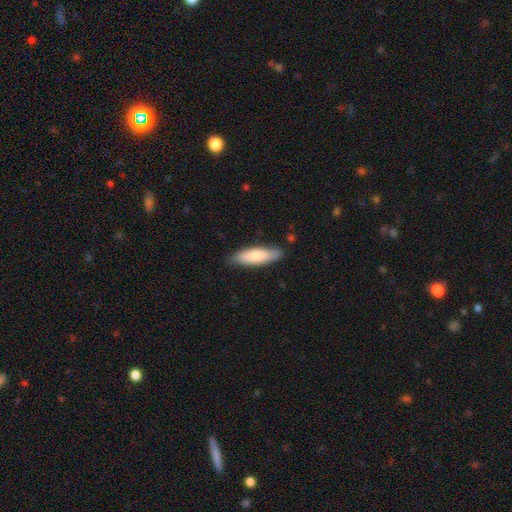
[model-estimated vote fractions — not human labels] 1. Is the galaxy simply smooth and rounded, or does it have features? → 79% smooth, 15% featured or disk, 5% star or artifact.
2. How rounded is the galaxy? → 52% cigar-shaped, 46% in between, 2% round.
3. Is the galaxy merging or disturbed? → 80% none, 16% minor disturbance, 2% major disturbance, 2% merger.